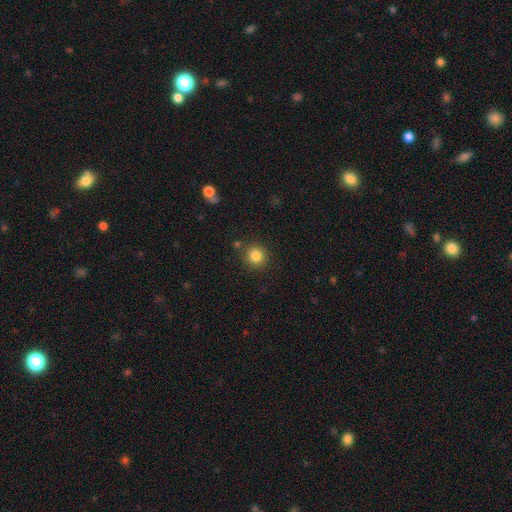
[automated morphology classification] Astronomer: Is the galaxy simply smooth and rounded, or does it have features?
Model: smooth — 84%.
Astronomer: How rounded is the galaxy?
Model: round — 92%.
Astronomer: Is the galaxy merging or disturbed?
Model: none — 87%.